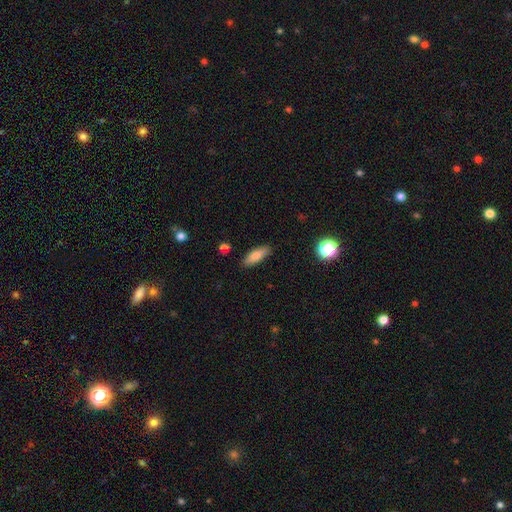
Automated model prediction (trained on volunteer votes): Smooth or featured?
  - smooth: 79% *
  - featured or disk: 13%
  - star or artifact: 8%
How rounded?
  - in between: 65% *
  - cigar-shaped: 32%
  - round: 3%
Merging?
  - none: 81% *
  - minor disturbance: 14%
  - major disturbance: 3%
  - merger: 2%